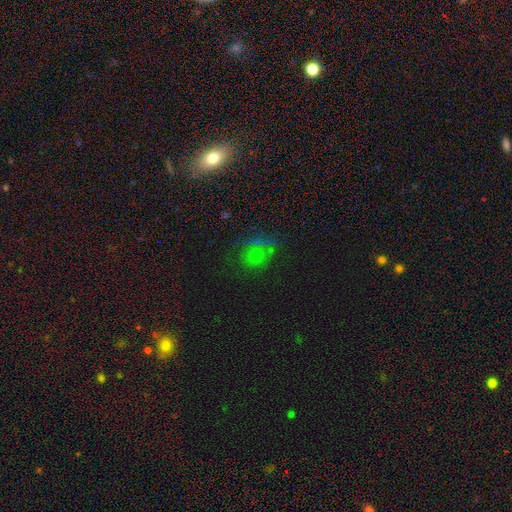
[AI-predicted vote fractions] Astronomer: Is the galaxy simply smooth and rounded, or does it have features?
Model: smooth — 47% (runner-up: star or artifact, 39%).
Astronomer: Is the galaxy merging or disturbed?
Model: none — 66%.